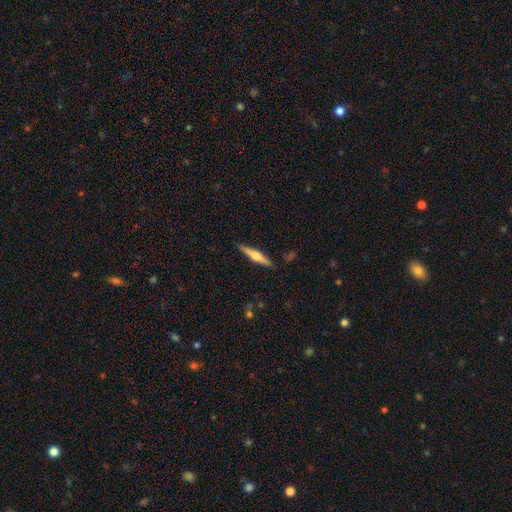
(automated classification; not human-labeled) A featured or disk galaxy (58%) viewed edge-on (97%) with a rounded central bulge (87%).

Vote fractions:
- Smooth or featured? featured or disk: 58% / smooth: 37% / star or artifact: 5%
- Edge-on disk? yes: 97% / no: 3%
- Edge-on bulge? rounded: 87% / boxy: 8% / none: 5%
- Merging? none: 90% / minor disturbance: 8% / major disturbance: 2% / merger: 1%